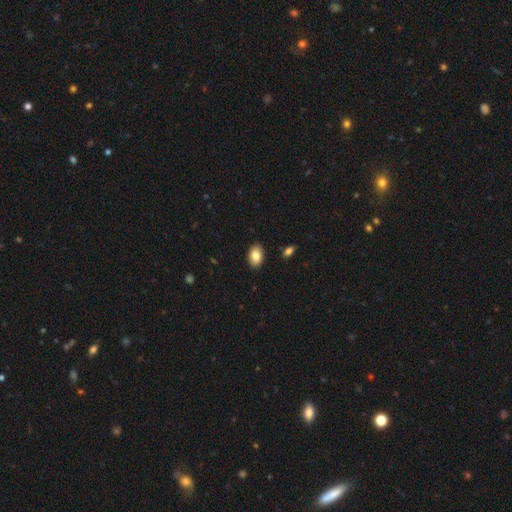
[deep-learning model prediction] This is clearly a smooth galaxy (84%). How rounded: clearly in between (87%). Merging: clearly none (89%).